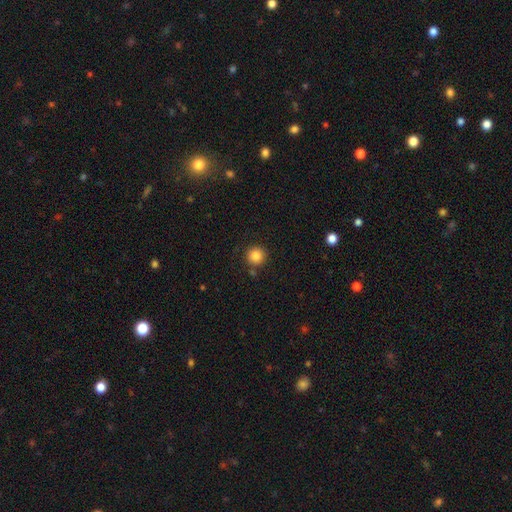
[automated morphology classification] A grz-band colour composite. It shows a smooth galaxy with no disk features (85%) that is round (94%). Merging: none (86%).